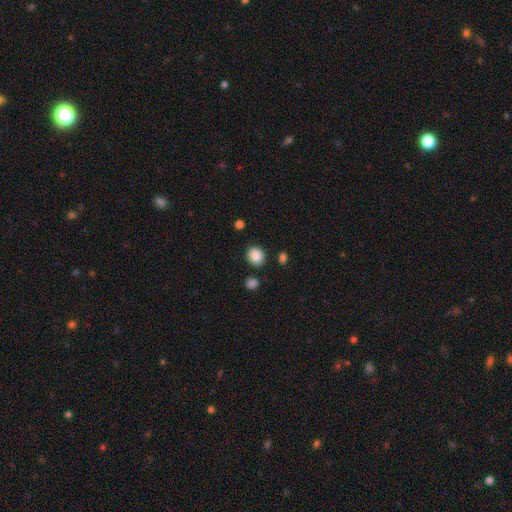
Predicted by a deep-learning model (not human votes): Overall: smooth (88%). How rounded: round (66%; in between 33%). Merging: none (84%).